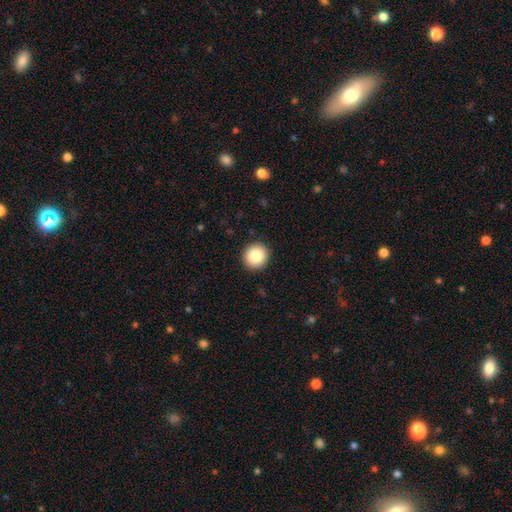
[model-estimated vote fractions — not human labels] The model was most divided on "smooth or featured": smooth: 85%, star or artifact: 9%, featured or disk: 6%. More confident: how rounded — round (93%); merging — none (92%).